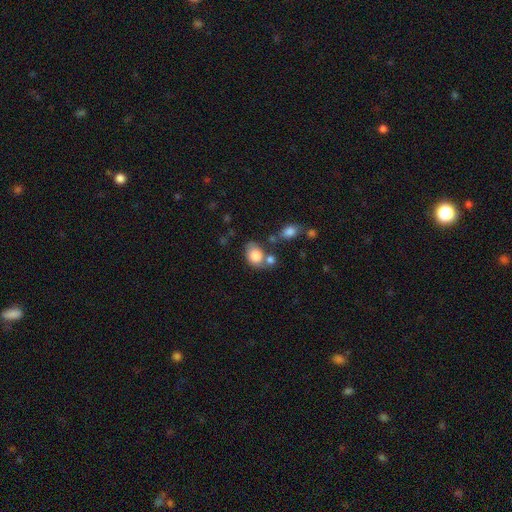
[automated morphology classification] smooth_or_featured: smooth (p=0.82) [alt: featured or disk p=0.10]
how_rounded: in between (p=0.62) [alt: round p=0.37]
merging: none (p=0.50) [alt: merger p=0.24]